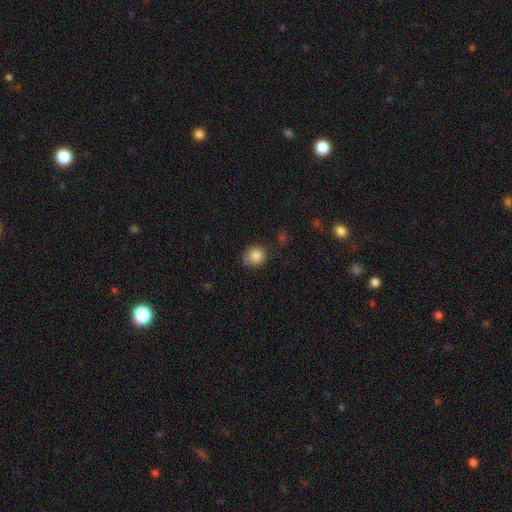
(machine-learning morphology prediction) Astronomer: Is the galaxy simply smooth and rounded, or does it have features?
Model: smooth — 86%.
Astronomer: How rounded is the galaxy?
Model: round — 86%.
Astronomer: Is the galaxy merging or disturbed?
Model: none — 72%.